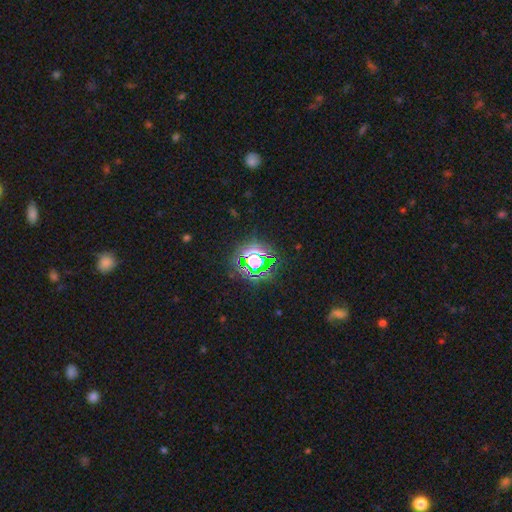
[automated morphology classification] A star or artifact, not a galaxy (76%).

Vote fractions:
- Smooth or featured? star or artifact: 76% / smooth: 14% / featured or disk: 10%